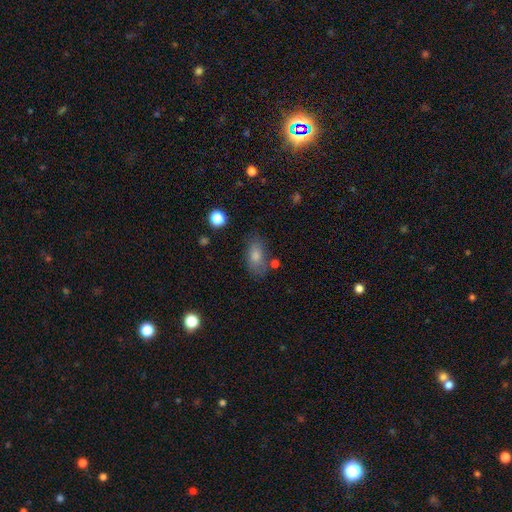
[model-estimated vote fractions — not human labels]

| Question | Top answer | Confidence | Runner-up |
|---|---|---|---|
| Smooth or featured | smooth | 73% | featured or disk (15%) |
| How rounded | in between | 87% | round (8%) |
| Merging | none | 74% | minor disturbance (16%) |